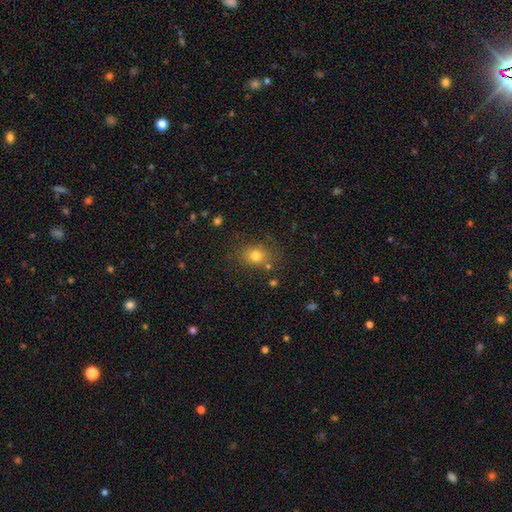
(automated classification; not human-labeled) This appears to be a smooth galaxy with no disk features (77%) that is round (56%). Merging: none (75%).